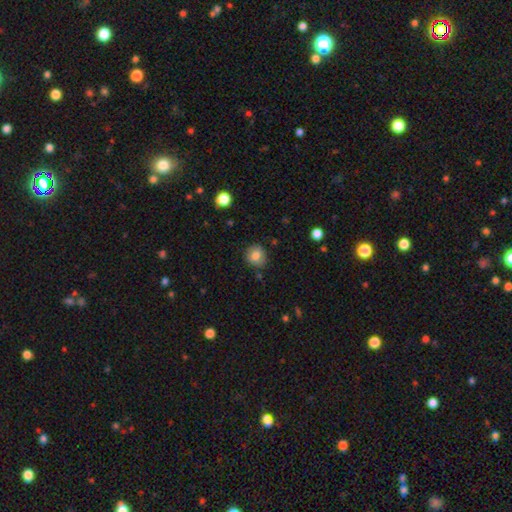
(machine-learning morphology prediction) A smooth galaxy with no disk features (81%) that is round (85%).

Vote fractions:
- Smooth or featured? smooth: 81% / featured or disk: 10% / star or artifact: 10%
- How rounded? round: 85% / in between: 14% / cigar-shaped: 1%
- Merging? none: 84% / minor disturbance: 11% / major disturbance: 2% / merger: 2%